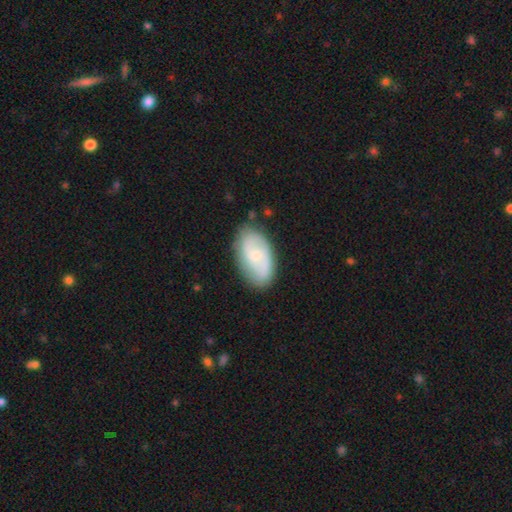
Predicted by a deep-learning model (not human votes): featured or disk 58%, smooth 35%, star or artifact 6%. Down the decision tree: edge-on disk — no (95%); bar — no (51%); spiral arms — yes (86%); bulge size — small (58%); merging — none (81%).